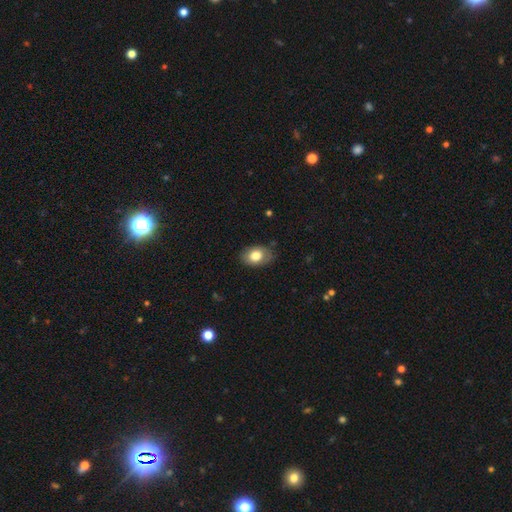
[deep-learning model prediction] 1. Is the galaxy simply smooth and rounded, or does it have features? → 77% smooth, 15% featured or disk, 8% star or artifact.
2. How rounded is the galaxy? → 81% in between, 18% round, 1% cigar-shaped.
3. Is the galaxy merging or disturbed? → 80% none, 16% minor disturbance, 3% major disturbance, 1% merger.